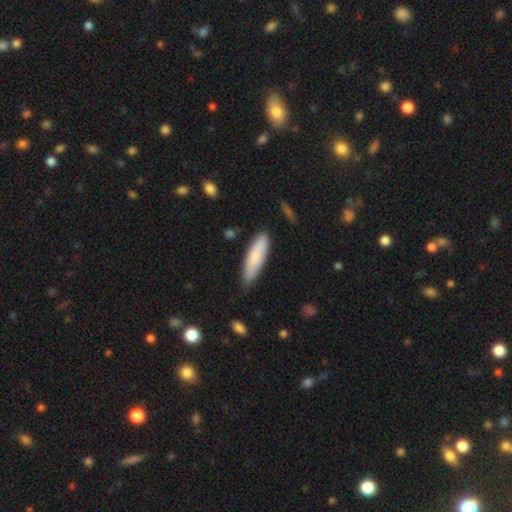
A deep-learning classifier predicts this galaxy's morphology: The model was most divided on "how rounded": cigar-shaped: 64%, in between: 35%, round: 1%. More confident: smooth or featured — smooth (80%); merging — none (79%).